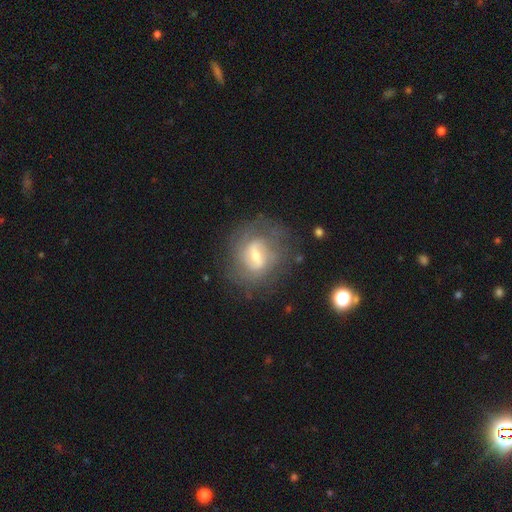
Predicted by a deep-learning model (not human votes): smooth_or_featured: featured or disk (p=0.75) [alt: smooth p=0.17]
disk_edge_on: no (p=0.95) [alt: yes p=0.05]
bar: weak (p=0.51) [alt: strong p=0.34]
has_spiral_arms: yes (p=0.82) [alt: no p=0.18]
spiral_winding: tight (p=0.45) [alt: medium p=0.37]
spiral_arm_count: 2 (p=0.41) [alt: can't tell p=0.39]
bulge_size: small (p=0.51) [alt: moderate p=0.40]
merging: none (p=0.68) [alt: minor disturbance p=0.18]